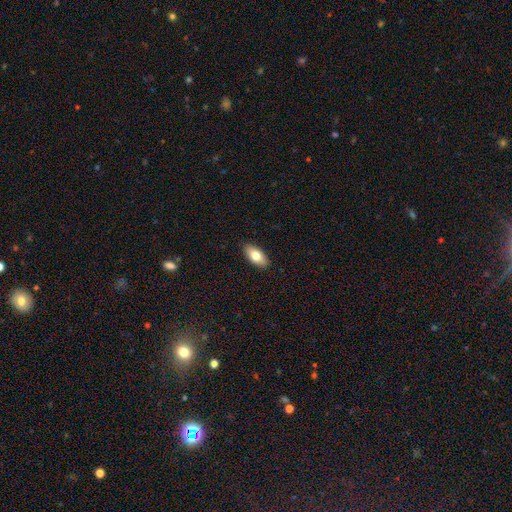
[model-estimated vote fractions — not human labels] This appears to be a smooth galaxy with no disk features (75%) that is in between round and cigar-shaped (89%). Merging: none (90%).